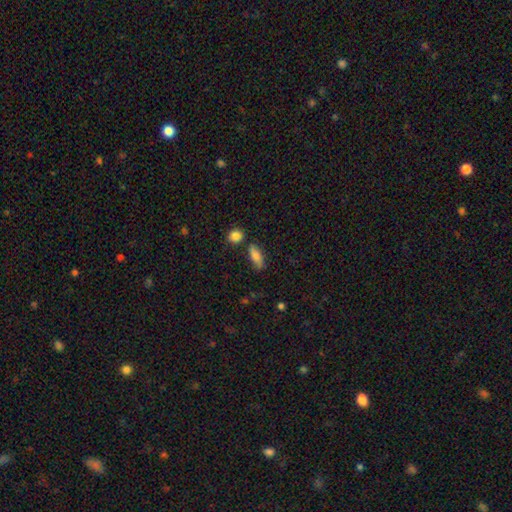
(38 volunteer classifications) Smooth or featured? 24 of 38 (63%) said smooth. How rounded? 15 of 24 (62%) said in between. Merging? 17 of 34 (50%) said none.